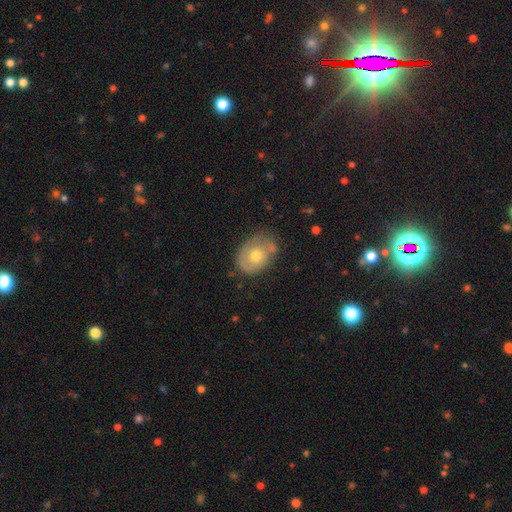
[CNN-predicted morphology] smooth-or-featured: smooth: 54% | featured or disk: 39% | star or artifact: 8%
  how-rounded: in between: 60% | round: 39% | cigar-shaped: 1%
  merging: none: 52% | minor disturbance: 30% | major disturbance: 10% | merger: 7%